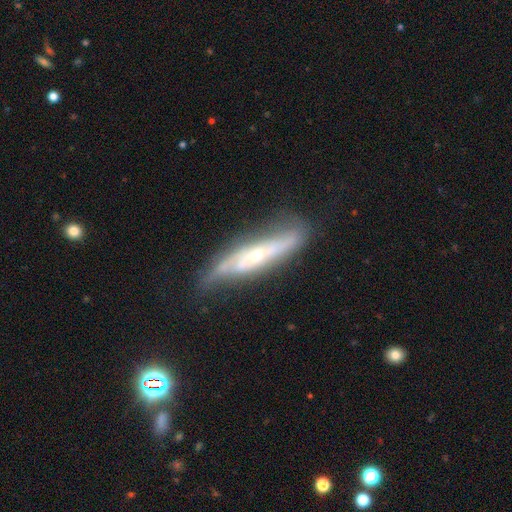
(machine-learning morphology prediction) Smooth or featured? Predicted: featured or disk (p=0.72). Edge-on disk? Predicted: yes (p=0.57). Merging? Predicted: none (p=0.61).